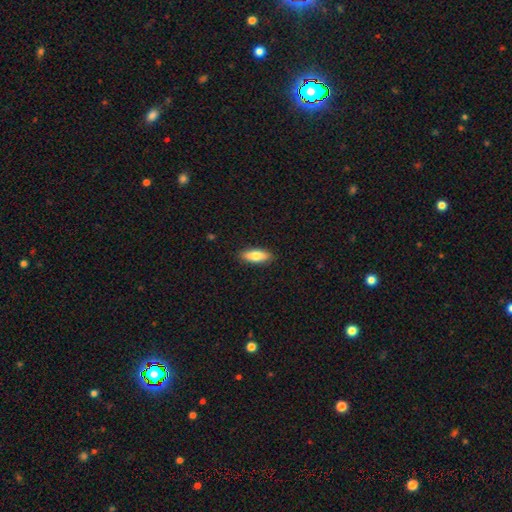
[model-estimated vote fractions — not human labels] Q: Smooth or featured?
A: smooth (78%); runner-up: featured or disk (17%)
Q: How rounded?
A: in between (69%); runner-up: cigar-shaped (29%)
Q: Merging?
A: none (89%); runner-up: minor disturbance (8%)